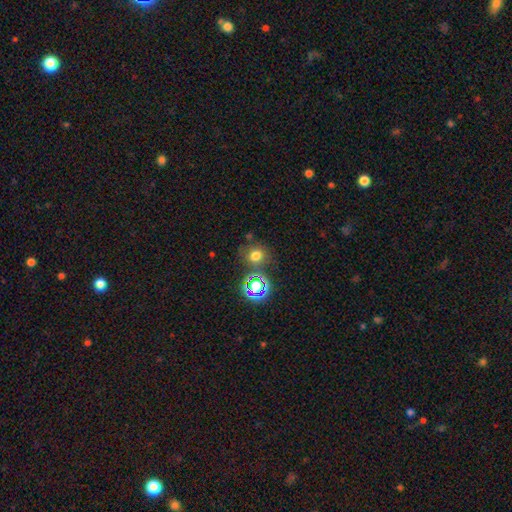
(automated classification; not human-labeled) A smooth galaxy with no disk features (66%) that is round (77%).

Vote fractions:
- Smooth or featured? smooth: 66% / star or artifact: 25% / featured or disk: 9%
- How rounded? round: 77% / in between: 22% / cigar-shaped: 1%
- Merging? none: 73% / minor disturbance: 12% / merger: 10% / major disturbance: 5%